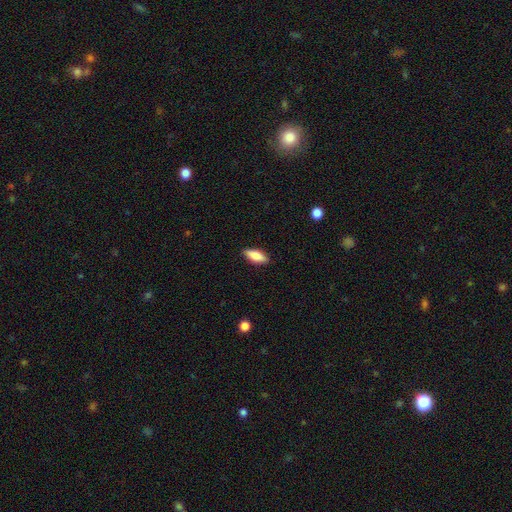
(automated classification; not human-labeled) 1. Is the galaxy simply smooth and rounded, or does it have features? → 82% smooth, 12% featured or disk, 6% star or artifact.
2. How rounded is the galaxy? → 76% in between, 22% cigar-shaped, 2% round.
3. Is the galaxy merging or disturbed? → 88% none, 9% minor disturbance, 2% major disturbance, 1% merger.